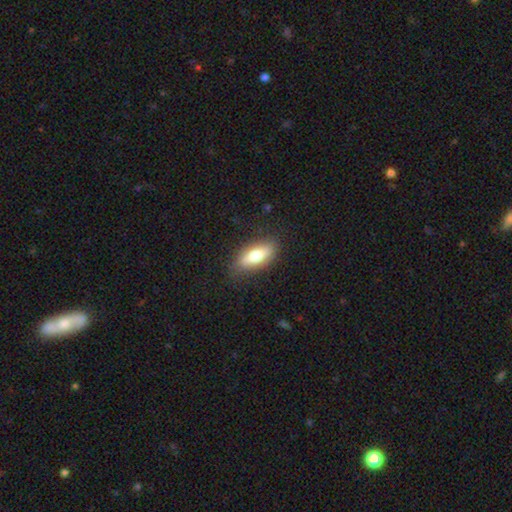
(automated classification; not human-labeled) Q: Smooth or featured?
A: smooth (70%); runner-up: featured or disk (24%)
Q: How rounded?
A: in between (73%); runner-up: cigar-shaped (23%)
Q: Merging?
A: none (84%); runner-up: minor disturbance (12%)